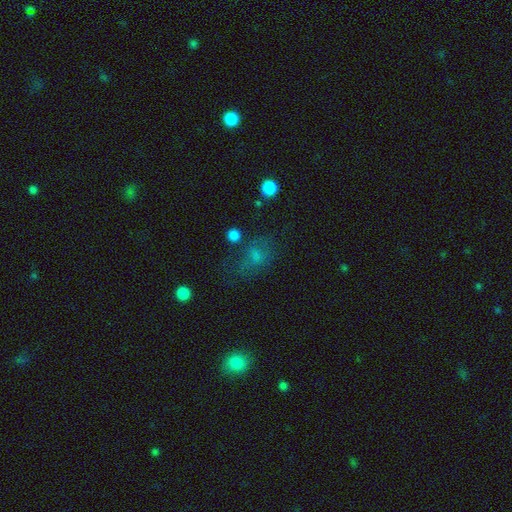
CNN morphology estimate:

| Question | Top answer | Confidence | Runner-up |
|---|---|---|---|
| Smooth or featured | smooth | 58% | featured or disk (22%) |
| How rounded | in between | 66% | round (32%) |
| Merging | none | 48% | major disturbance (23%) |